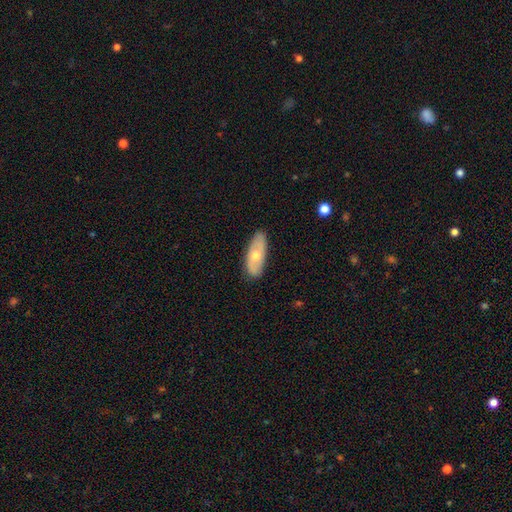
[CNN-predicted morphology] This is possibly a smooth galaxy (53%). How rounded: likely in between (78%). Merging: clearly none (82%).